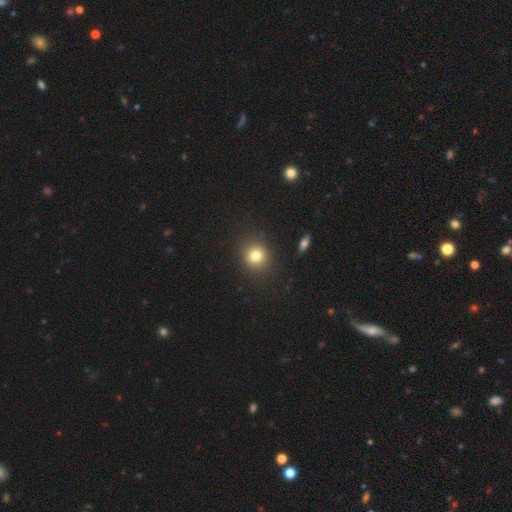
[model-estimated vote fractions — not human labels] Overall: smooth (80%). How rounded: round (85%). Merging: none (88%).